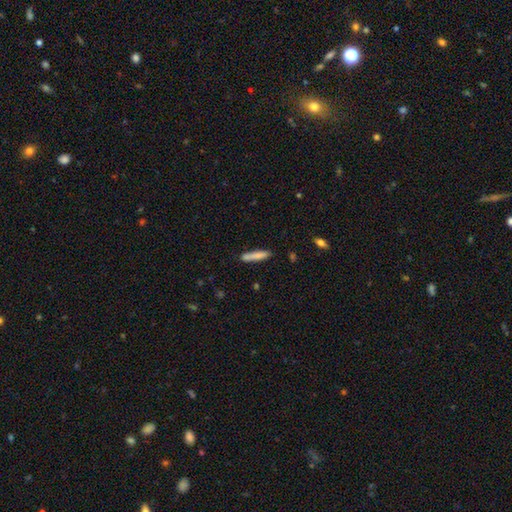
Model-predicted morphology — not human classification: Smooth or featured: smooth — 82% (featured or disk — 12%)
How rounded: cigar-shaped — 89% (in between — 10%)
Merging: none — 84% (minor disturbance — 11%)